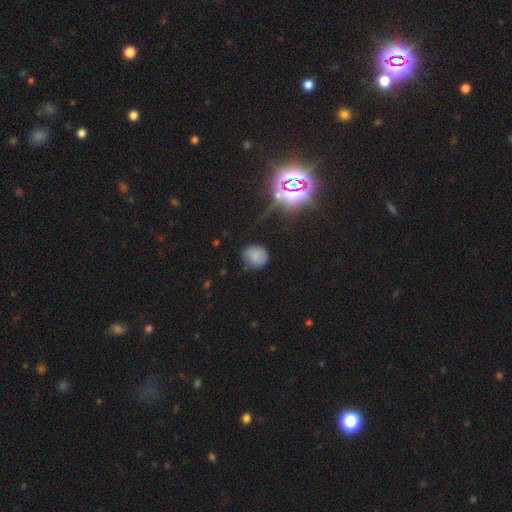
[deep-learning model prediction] Morphology: type=smooth (74%); roundness=round (82%); merging=none (67%).